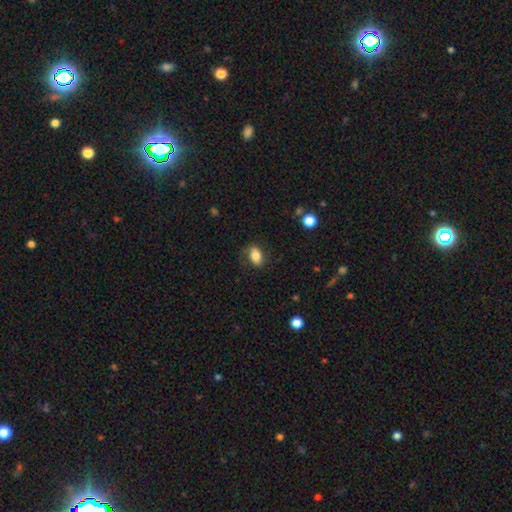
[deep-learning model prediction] A smooth galaxy with no disk features (81%) that is in between round and cigar-shaped (88%). Merging: none (77%).